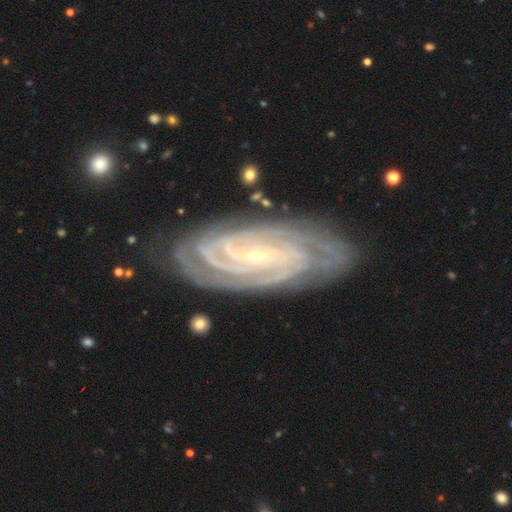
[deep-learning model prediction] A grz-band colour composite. It shows a featured or disk galaxy (93%) with no bar (41%), 4 (28%) tight (82%) spiral arms (99%) and a small central bulge (84%). Merging: none (82%).